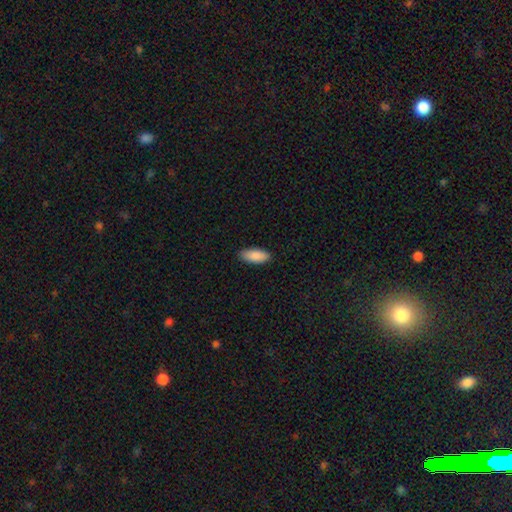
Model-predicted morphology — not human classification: The model was most divided on "how rounded": in between: 86%, cigar-shaped: 13%, round: 2%. More confident: smooth or featured — smooth (91%); merging — none (89%).